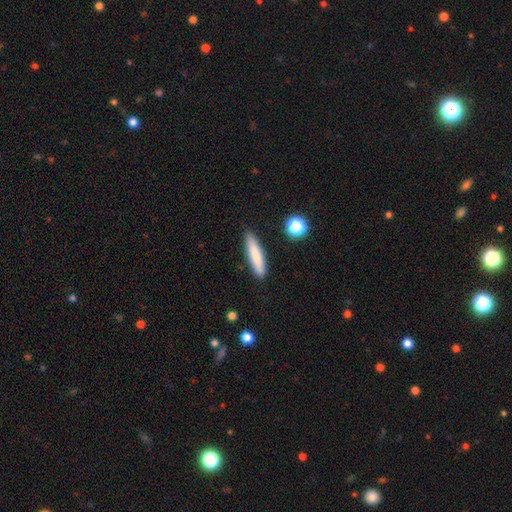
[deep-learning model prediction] smooth-or-featured: smooth: 80% | featured or disk: 14% | star or artifact: 7%
  how-rounded: cigar-shaped: 82% | in between: 16% | round: 2%
  merging: none: 87% | minor disturbance: 9% | major disturbance: 2% | merger: 2%